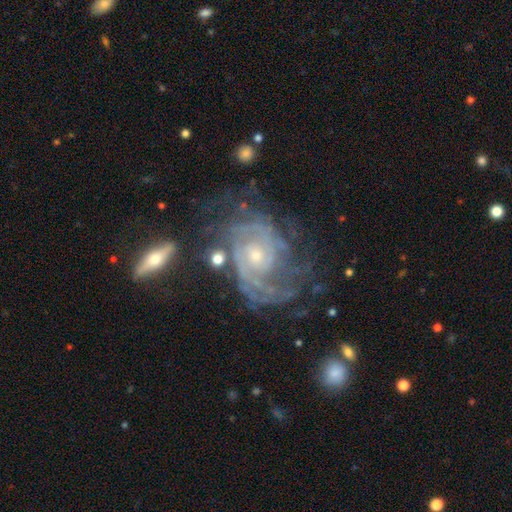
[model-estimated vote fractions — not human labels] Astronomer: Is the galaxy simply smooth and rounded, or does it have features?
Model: featured or disk — 90%.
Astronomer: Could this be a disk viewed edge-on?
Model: no — 97%.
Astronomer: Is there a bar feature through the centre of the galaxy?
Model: no — 70%.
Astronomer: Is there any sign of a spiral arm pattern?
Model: yes — 97%.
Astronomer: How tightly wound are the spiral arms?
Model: tight — 67%.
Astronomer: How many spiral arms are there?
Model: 2 — 29%, tied with can't tell at 29%.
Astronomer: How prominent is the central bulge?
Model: small — 62%.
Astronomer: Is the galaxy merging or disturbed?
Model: none — 57%.